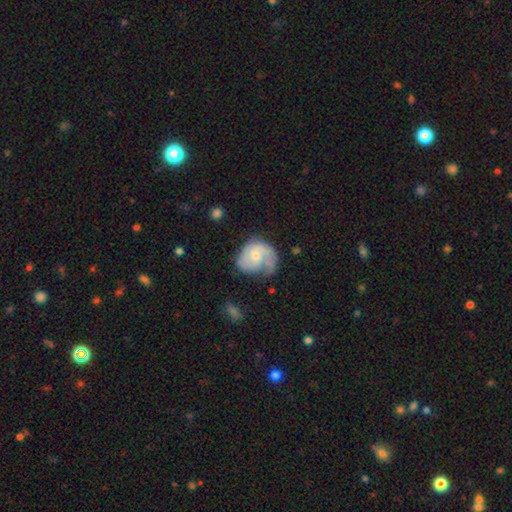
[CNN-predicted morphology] smooth_or_featured: featured or disk (p=0.71) [alt: smooth p=0.23]
disk_edge_on: no (p=0.98) [alt: yes p=0.02]
bar: no (p=0.65) [alt: weak p=0.31]
has_spiral_arms: yes (p=0.90) [alt: no p=0.10]
spiral_winding: medium (p=0.41) [alt: tight p=0.38]
spiral_arm_count: 2 (p=0.44) [alt: 1 p=0.31]
bulge_size: small (p=0.46) [tied with: moderate p=0.46]
merging: none (p=0.45) [alt: minor disturbance p=0.29]